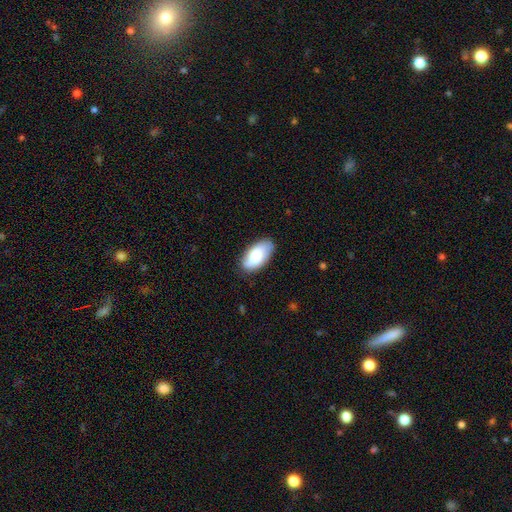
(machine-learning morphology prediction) Smooth or featured? Predicted: smooth (p=0.68). How rounded? Predicted: in between (p=0.94). Merging? Predicted: none (p=0.79).